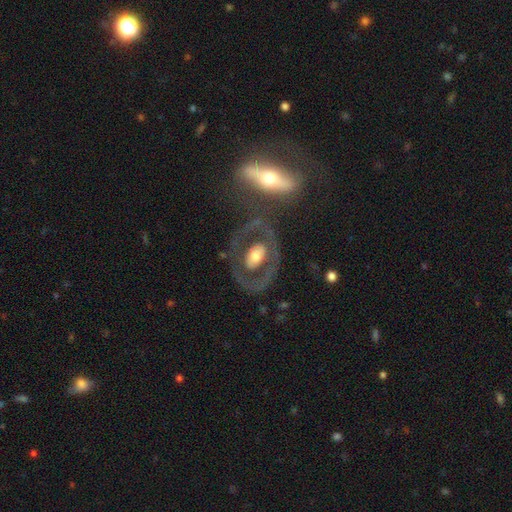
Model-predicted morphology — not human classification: Smooth or featured? featured or disk (62%)
Edge-on disk? no (93%)
Bar? no (70%)
Spiral arms? no (72%)
Bulge size? moderate (60%)
Merging? none (67%)